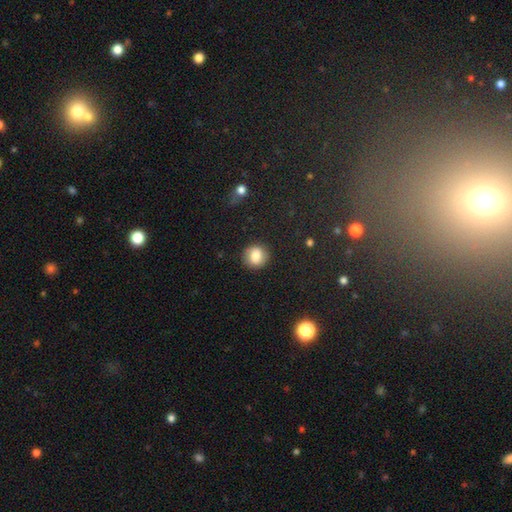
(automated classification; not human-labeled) Q: Smooth or featured?
A: smooth (79%); runner-up: featured or disk (12%)
Q: How rounded?
A: round (85%); runner-up: in between (14%)
Q: Merging?
A: none (87%); runner-up: minor disturbance (9%)